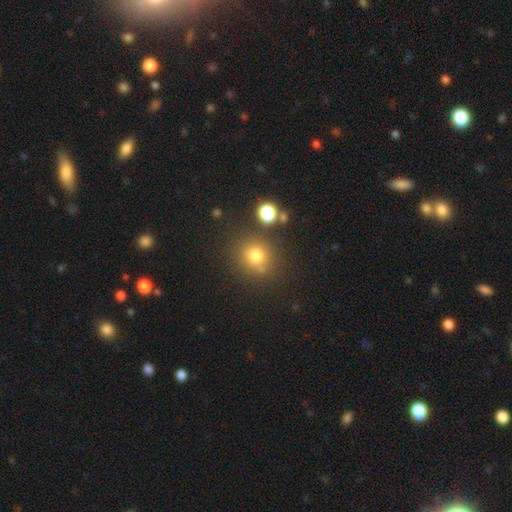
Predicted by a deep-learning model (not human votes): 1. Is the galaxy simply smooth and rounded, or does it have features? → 75% smooth, 16% star or artifact, 9% featured or disk.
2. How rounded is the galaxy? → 85% round, 14% in between, 1% cigar-shaped.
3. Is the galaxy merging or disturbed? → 75% none, 12% minor disturbance, 9% merger, 4% major disturbance.